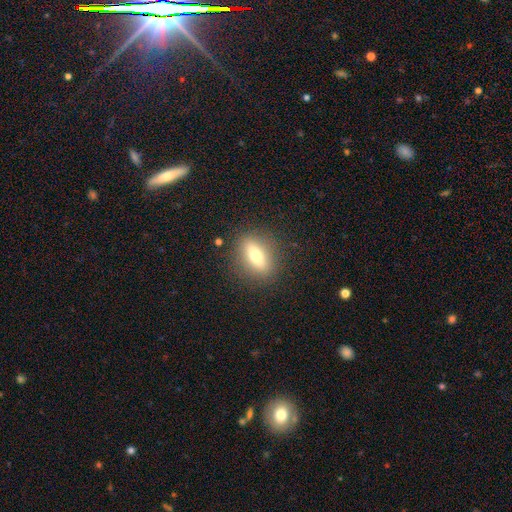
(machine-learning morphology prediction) smooth 60%, featured or disk 30%, star or artifact 10%. Down the decision tree: how rounded — in between (64%); merging — none (86%).